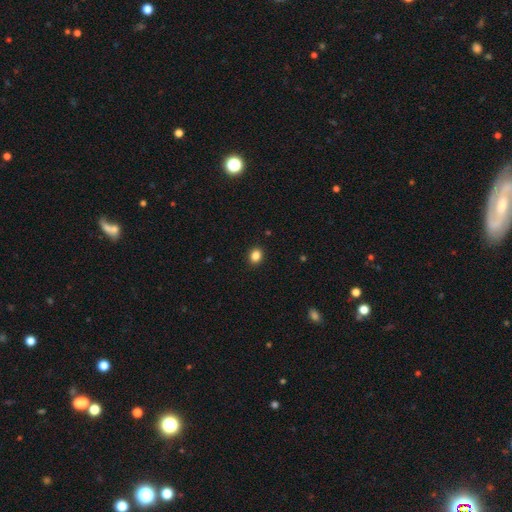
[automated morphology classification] Overall: smooth (86%). How rounded: round (61%; in between 38%). Merging: none (92%).